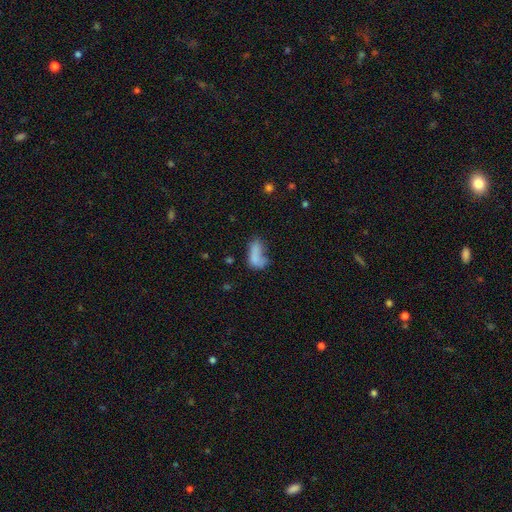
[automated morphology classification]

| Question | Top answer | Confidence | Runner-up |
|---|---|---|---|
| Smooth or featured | smooth | 70% | featured or disk (18%) |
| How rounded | in between | 83% | cigar-shaped (12%) |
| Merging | major disturbance | 30% | none (27%) |